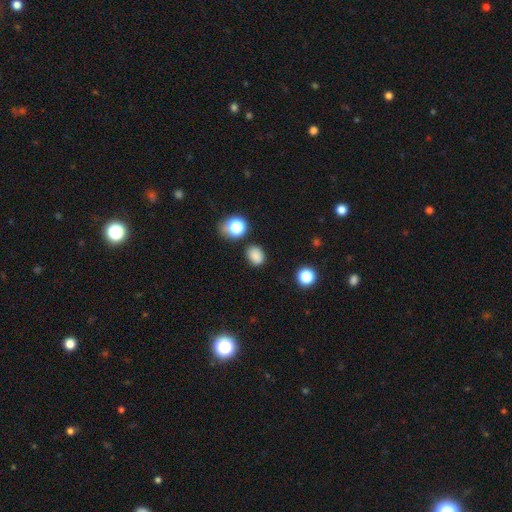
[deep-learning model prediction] Smooth or featured?
  - smooth: 83% *
  - star or artifact: 13%
  - featured or disk: 4%
How rounded?
  - in between: 54% *
  - round: 45%
  - cigar-shaped: 1%
Merging?
  - none: 81% *
  - minor disturbance: 12%
  - merger: 4%
  - major disturbance: 3%